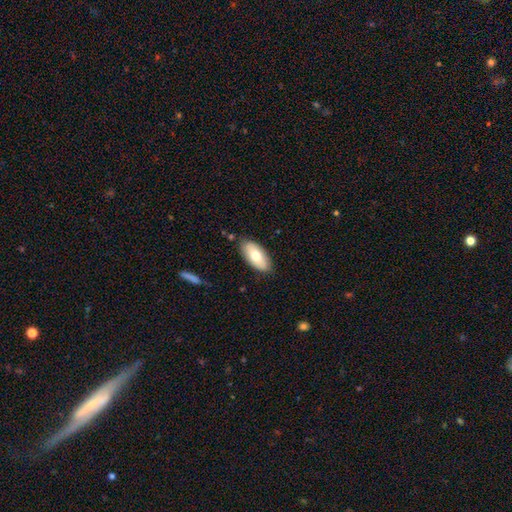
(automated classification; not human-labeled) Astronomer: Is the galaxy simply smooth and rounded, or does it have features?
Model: smooth — 75%.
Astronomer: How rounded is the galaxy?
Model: in between — 92%.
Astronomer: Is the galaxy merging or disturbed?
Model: none — 84%.